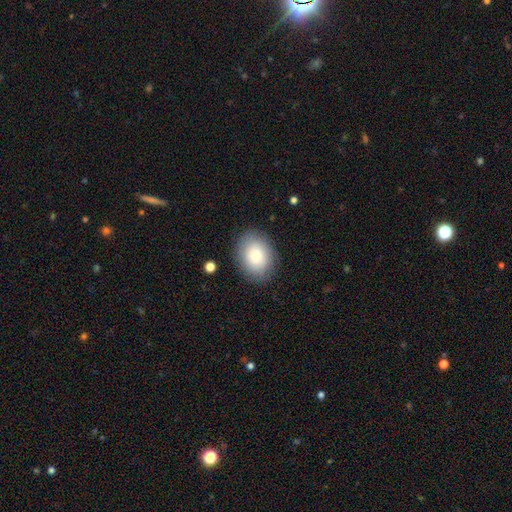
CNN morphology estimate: Smooth or featured? Predicted: smooth (p=0.80). How rounded? Predicted: in between (p=0.61). Merging? Predicted: none (p=0.85).